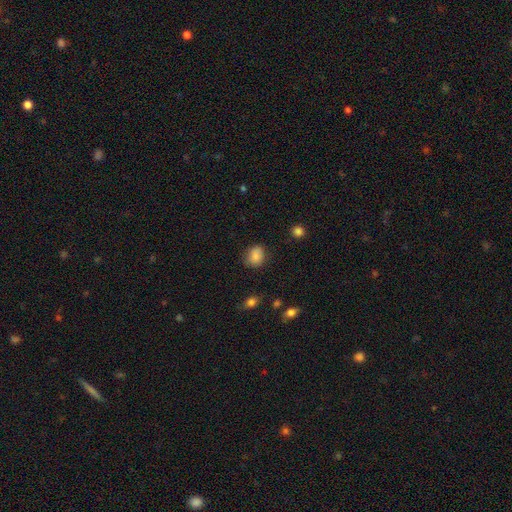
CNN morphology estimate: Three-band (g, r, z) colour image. It shows a smooth galaxy with no disk features (84%) that is round (57%). Merging: none (74%).